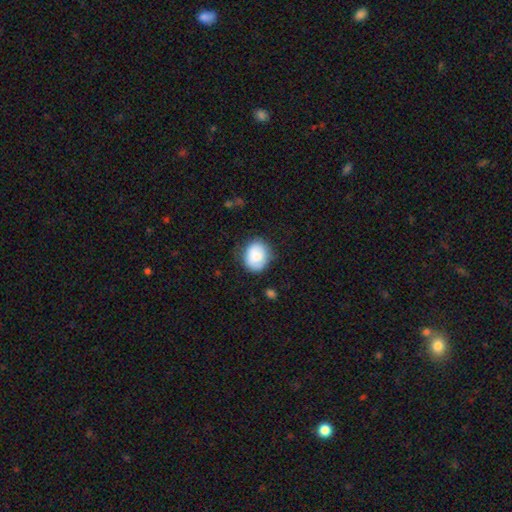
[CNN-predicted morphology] Smooth or featured? smooth (79%)
How rounded? round (53%)
Merging? none (72%)